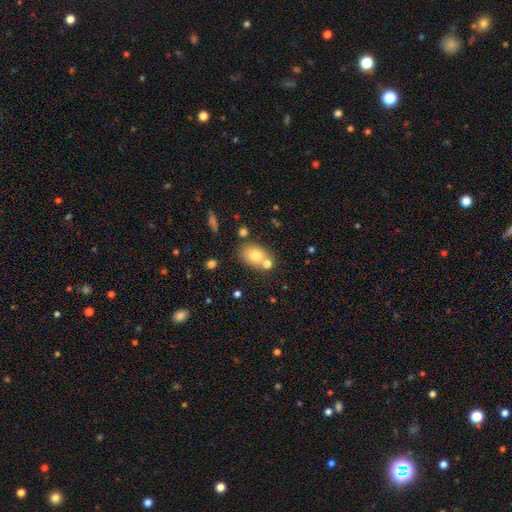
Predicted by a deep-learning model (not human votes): Smooth or featured?
  - smooth: 74% *
  - featured or disk: 15%
  - star or artifact: 10%
How rounded?
  - in between: 66% *
  - round: 33%
  - cigar-shaped: 1%
Merging?
  - none: 59% *
  - merger: 26%
  - minor disturbance: 12%
  - major disturbance: 4%